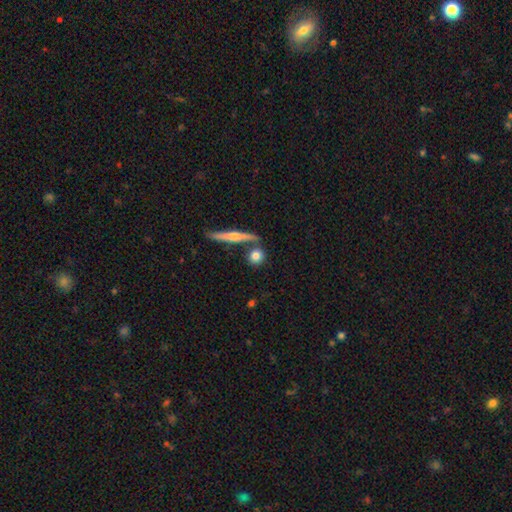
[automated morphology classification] Smooth or featured: smooth — 78% (featured or disk — 15%)
How rounded: round — 78% (in between — 13%)
Merging: none — 71% (merger — 15%)